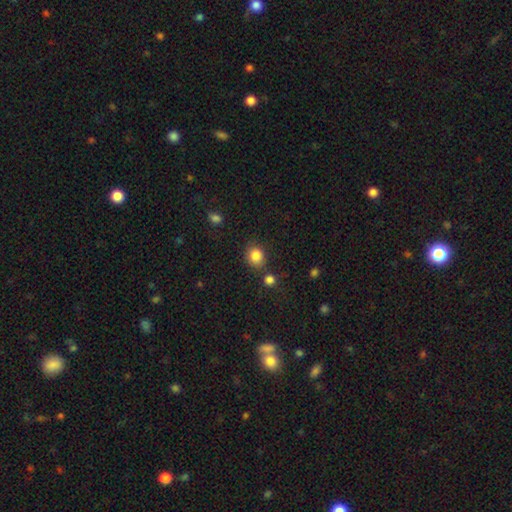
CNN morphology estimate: Smooth or featured? Predicted: smooth (p=0.84). How rounded? Predicted: round (p=0.77). Merging? Predicted: none (p=0.77).